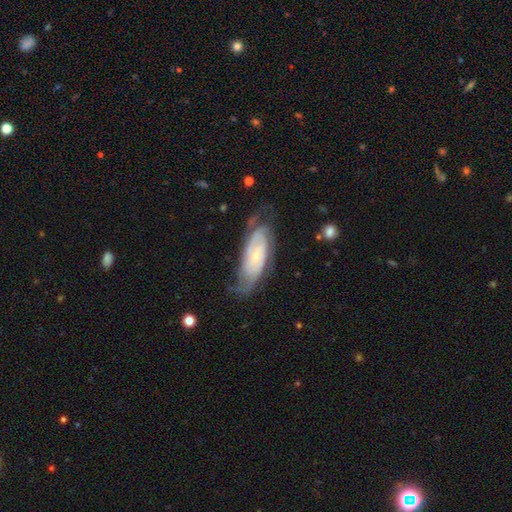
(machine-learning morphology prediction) Smooth or featured: featured or disk — 78% (smooth — 16%)
Edge-on disk: no — 90% (yes — 10%)
Bar: no — 65% (weak — 27%)
Spiral arms: yes — 94% (no — 6%)
Spiral winding: tight — 55% (medium — 34%)
Spiral arm count: 2 — 48% (can't tell — 30%)
Bulge size: small — 75% (moderate — 17%)
Merging: none — 61% (minor disturbance — 23%)